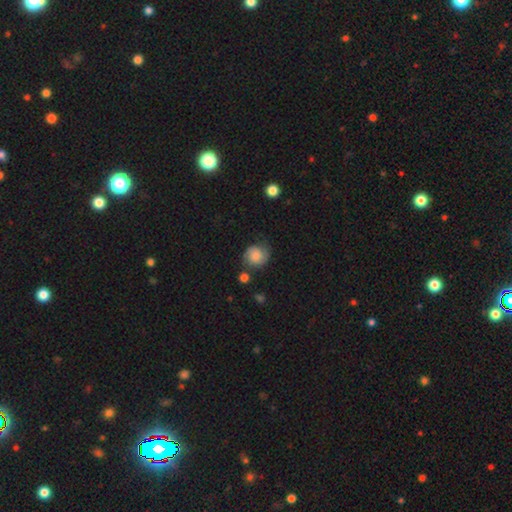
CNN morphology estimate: Smooth or featured?
  - smooth: 55% *
  - featured or disk: 37%
  - star or artifact: 9%
How rounded?
  - round: 78% *
  - in between: 21%
  - cigar-shaped: 1%
Merging?
  - none: 61% *
  - minor disturbance: 25%
  - major disturbance: 9%
  - merger: 4%